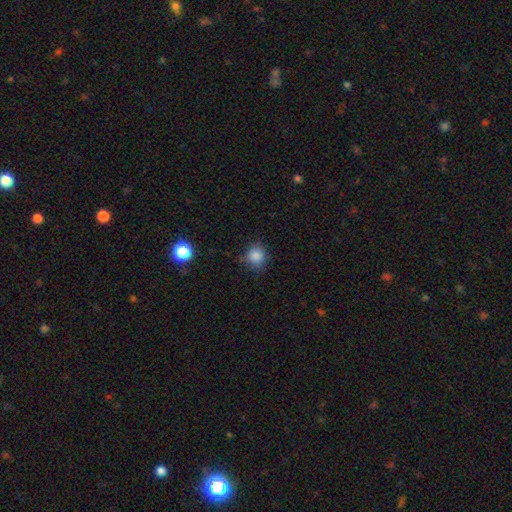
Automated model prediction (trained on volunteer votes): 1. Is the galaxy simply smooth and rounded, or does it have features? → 85% smooth, 11% star or artifact, 4% featured or disk.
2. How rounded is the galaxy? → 79% round, 20% in between, 1% cigar-shaped.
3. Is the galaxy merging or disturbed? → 77% none, 18% minor disturbance, 4% major disturbance, 2% merger.